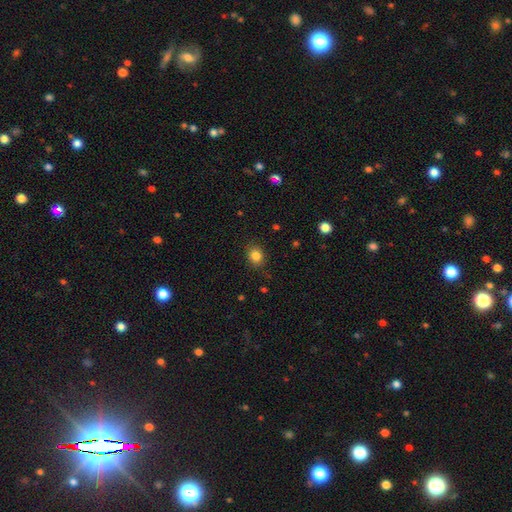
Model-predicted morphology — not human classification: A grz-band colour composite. It shows a smooth galaxy with no disk features (83%) that is round (61%). Merging: none (86%).